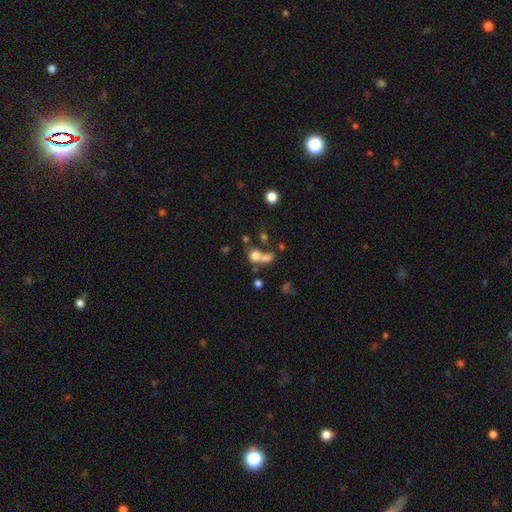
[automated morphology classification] type=smooth (69%); roundness=round (71%); merging=merger (51%).